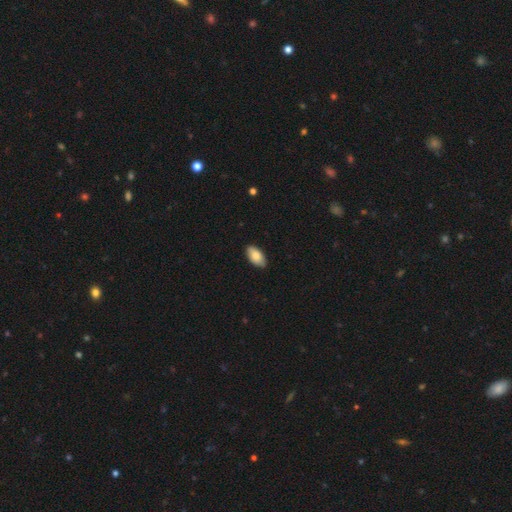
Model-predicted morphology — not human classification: smooth 84%, featured or disk 10%, star or artifact 6%. Down the decision tree: how rounded — in between (95%); merging — none (87%).